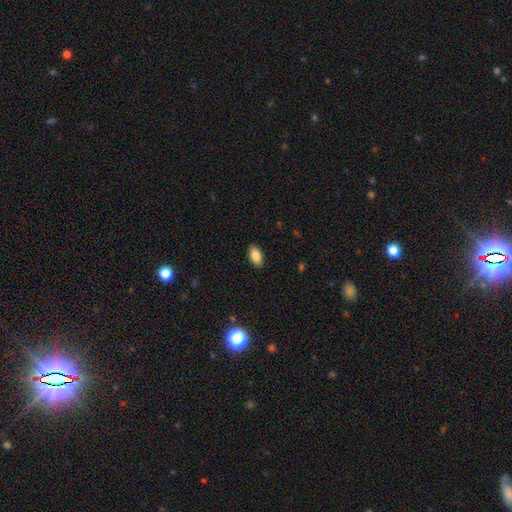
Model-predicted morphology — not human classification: A smooth galaxy with no disk features (85%) that is in between round and cigar-shaped (93%).

Vote fractions:
- Smooth or featured? smooth: 85% / star or artifact: 8% / featured or disk: 7%
- How rounded? in between: 93% / round: 4% / cigar-shaped: 3%
- Merging? none: 89% / minor disturbance: 8% / major disturbance: 2% / merger: 1%